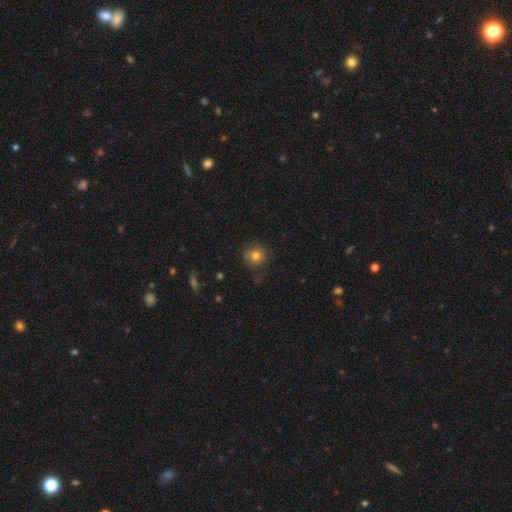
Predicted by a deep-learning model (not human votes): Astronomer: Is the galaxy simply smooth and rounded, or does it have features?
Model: smooth — 78%.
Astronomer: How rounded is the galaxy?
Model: round — 91%.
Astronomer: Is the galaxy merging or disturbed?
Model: none — 78%.